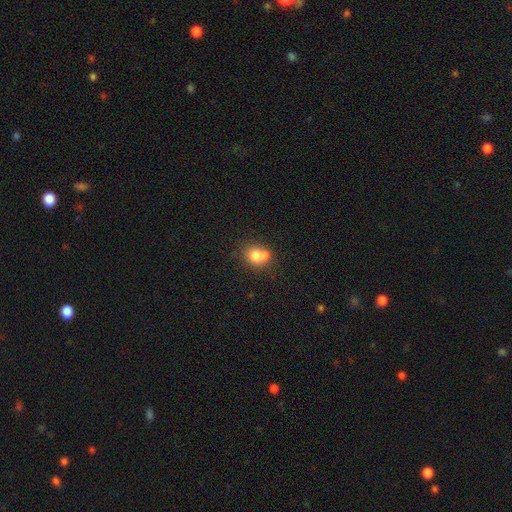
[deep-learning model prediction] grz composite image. It shows a smooth galaxy with no disk features (72%) that is round (67%). Merging: merger (53%).